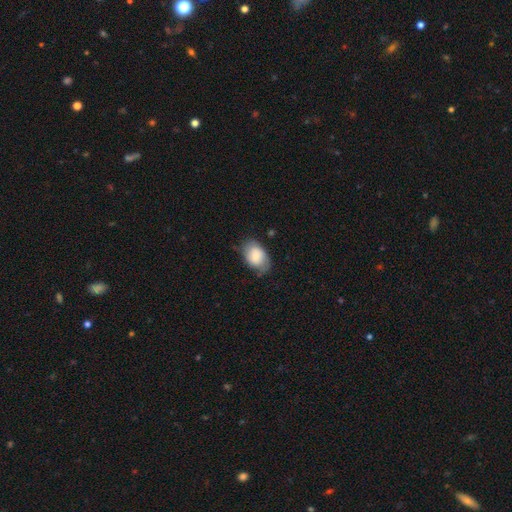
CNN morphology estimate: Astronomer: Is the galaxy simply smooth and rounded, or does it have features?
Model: smooth — 72%.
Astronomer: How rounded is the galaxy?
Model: in between — 83%.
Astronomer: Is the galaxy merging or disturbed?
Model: none — 58%.